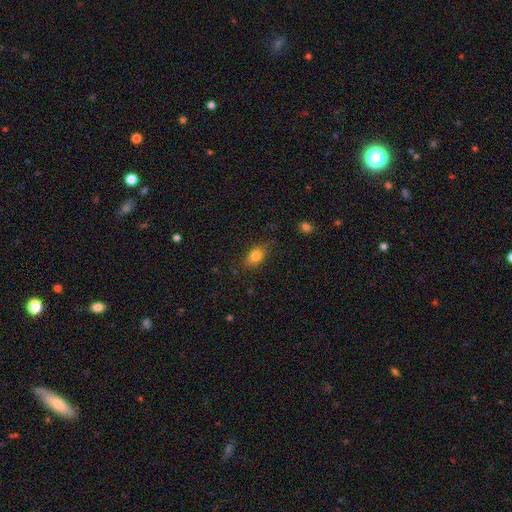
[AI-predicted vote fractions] smooth_or_featured: smooth (p=0.80) [alt: featured or disk p=0.11]
how_rounded: in between (p=0.80) [alt: round p=0.16]
merging: none (p=0.81) [alt: minor disturbance p=0.15]